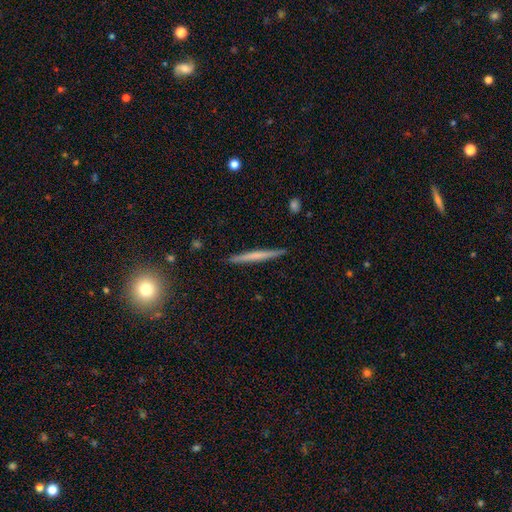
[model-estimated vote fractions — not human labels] Morphology: type=smooth (51%); roundness=cigar-shaped (96%); merging=none (91%).